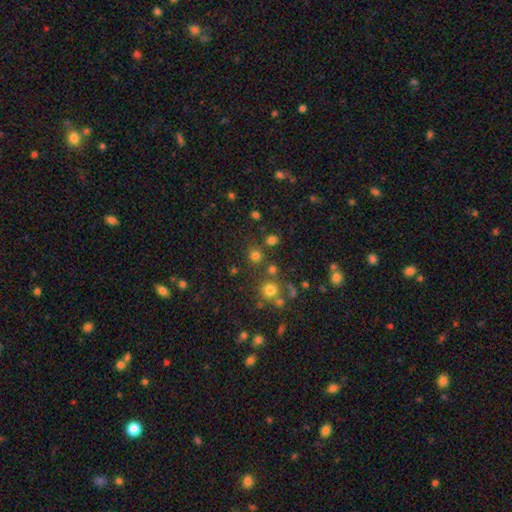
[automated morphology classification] smooth 72%, star or artifact 22%, featured or disk 6%. Down the decision tree: how rounded — round (90%); merging — none (79%).